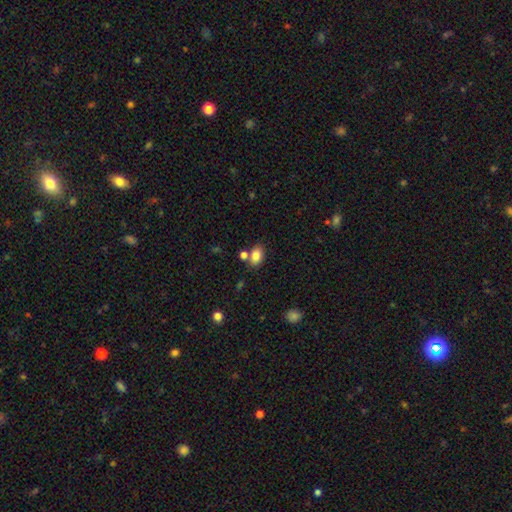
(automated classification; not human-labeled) Smooth or featured? smooth (83%)
How rounded? in between (81%)
Merging? none (67%)